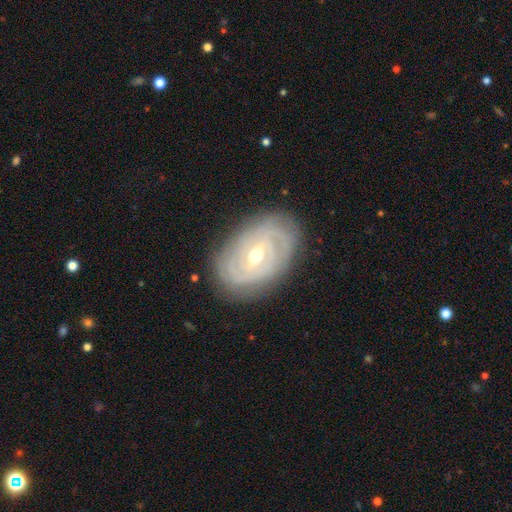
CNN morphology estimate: Overall: featured or disk (86%). Edge-on disk: no (96%). Bar: weak (51%; strong 25%). Spiral arms: yes (95%). Spiral arm count: can't tell (32%; 2 28%). Spiral winding: tight (80%). Bulge size: moderate (57%; small 40%). Merging: none (82%).